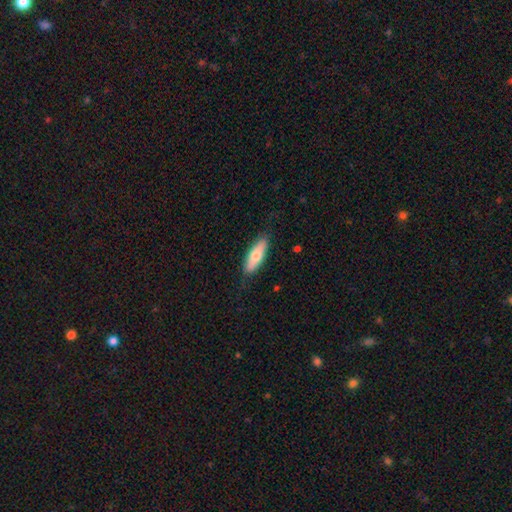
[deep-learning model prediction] The model was most divided on "how rounded": in between: 55%, cigar-shaped: 43%, round: 2%. More confident: merging — none (83%); smooth or featured — smooth (68%).